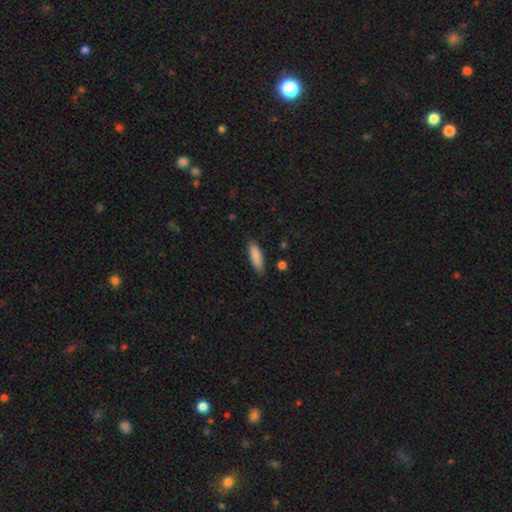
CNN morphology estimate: smooth 87%, featured or disk 7%, star or artifact 6%. Down the decision tree: how rounded — cigar-shaped (58%); merging — none (83%).